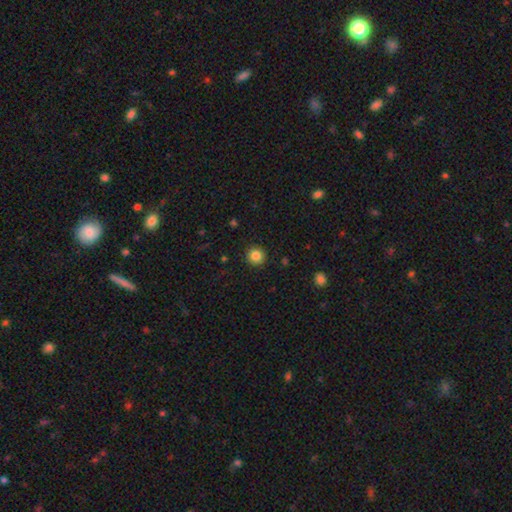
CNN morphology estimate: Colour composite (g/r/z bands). It shows a smooth galaxy with no disk features (86%) that is round (92%). Merging: none (91%).